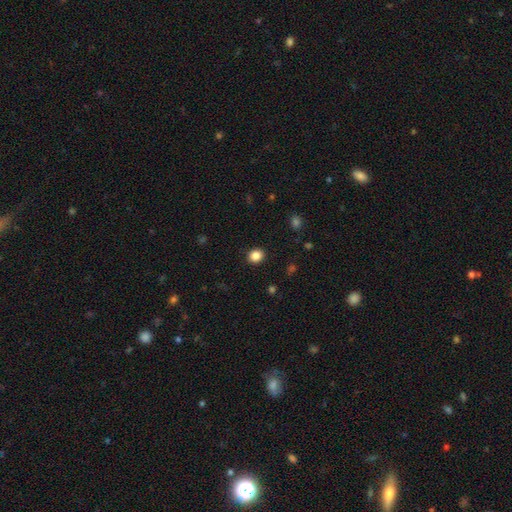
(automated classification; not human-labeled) A smooth galaxy with no disk features (86%) that is round (68%). Merging: none (90%).